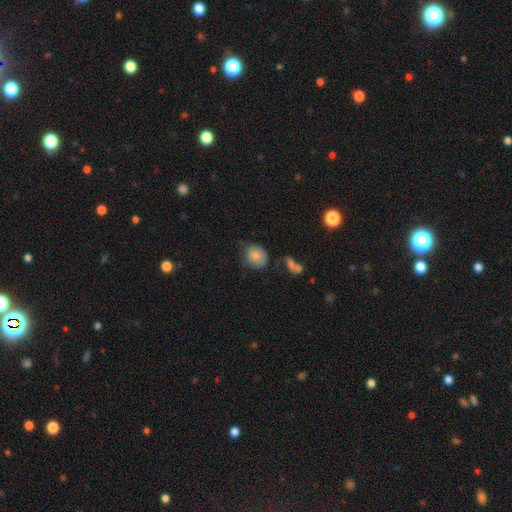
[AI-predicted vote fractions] Overall: smooth (80%). How rounded: round (70%). Merging: none (62%; minor disturbance 25%).